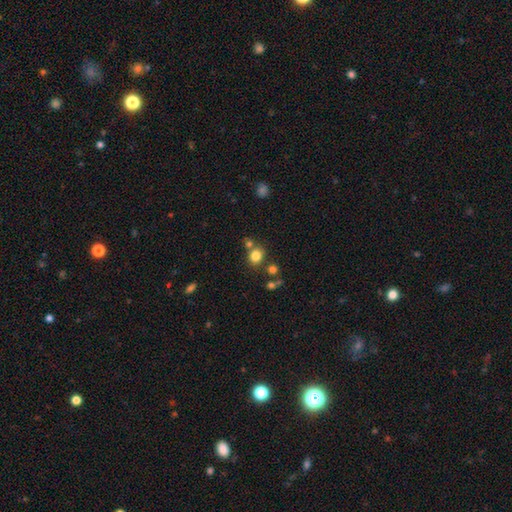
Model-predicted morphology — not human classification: Smooth or featured?
  - smooth: 81% *
  - star or artifact: 13%
  - featured or disk: 6%
How rounded?
  - round: 78% *
  - in between: 21%
  - cigar-shaped: 1%
Merging?
  - none: 70% *
  - merger: 17%
  - minor disturbance: 10%
  - major disturbance: 4%